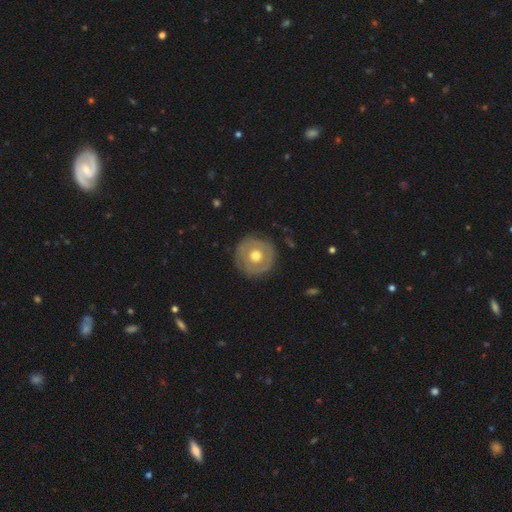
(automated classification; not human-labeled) This is possibly a featured or disk galaxy (52%). It is clearly not viewed edge-on (96%). Merging: clearly none (84%).